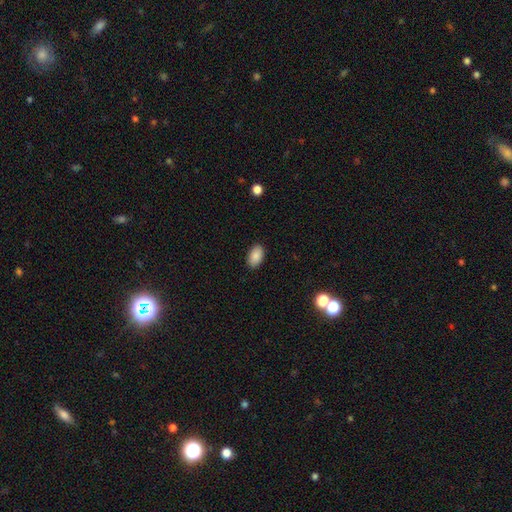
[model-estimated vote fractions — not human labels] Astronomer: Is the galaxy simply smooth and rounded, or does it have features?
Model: smooth — 88%.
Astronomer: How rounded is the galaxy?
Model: in between — 93%.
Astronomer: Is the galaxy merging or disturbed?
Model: none — 89%.